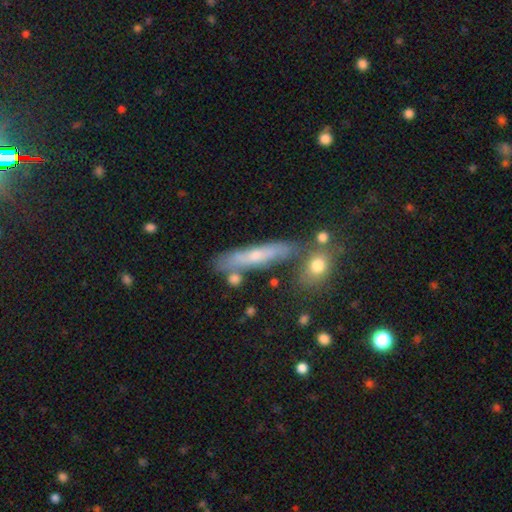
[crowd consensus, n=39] This is possibly a featured or disk galaxy (59%). It is possibly not viewed edge-on (52%). Bar: clearly no (92%). Spiral arm pattern: possibly yes (50%, tied with no). Spiral arm count: possibly 2 (50%, tied with can't tell). Spiral winding: likely tight (67%). Central bulge: possibly small (58%). Merging: likely none (66%).